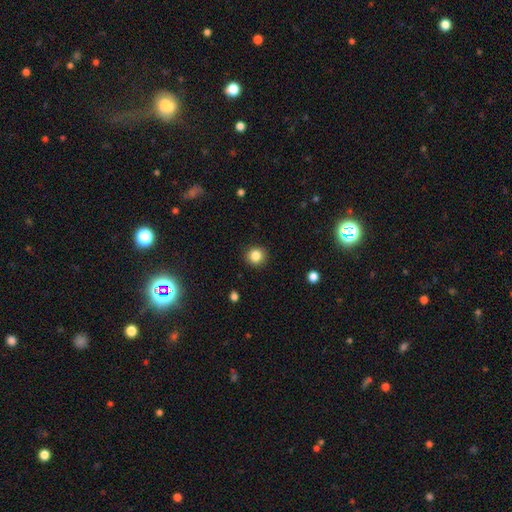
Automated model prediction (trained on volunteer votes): smooth-or-featured: smooth: 85% | star or artifact: 11% | featured or disk: 5%
  how-rounded: round: 93% | in between: 6% | cigar-shaped: 1%
  merging: none: 91% | minor disturbance: 6% | major disturbance: 2% | merger: 1%